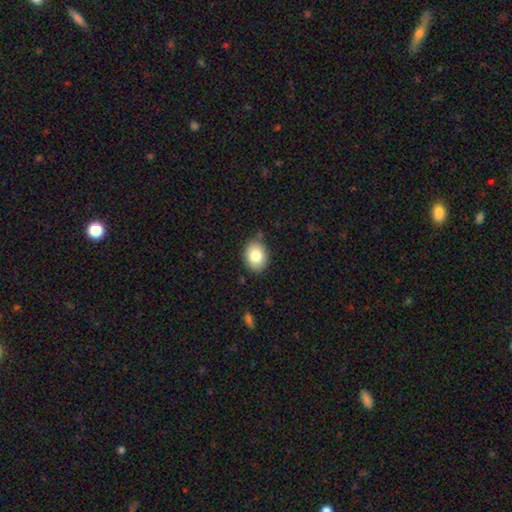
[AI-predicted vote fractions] This appears to be a smooth galaxy with no disk features (82%) that is in between round and cigar-shaped (61%). Merging: none (82%).